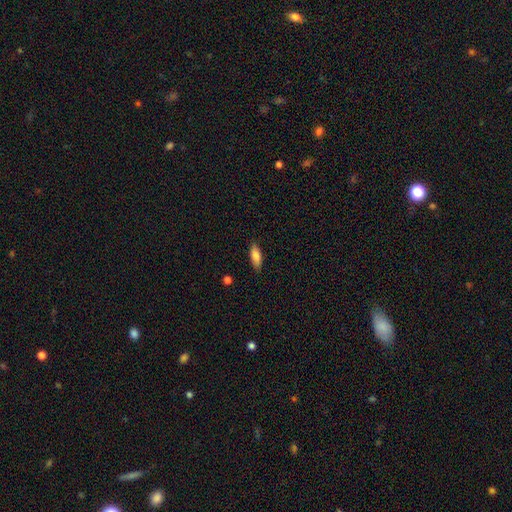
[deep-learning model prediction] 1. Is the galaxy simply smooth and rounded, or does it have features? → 81% smooth, 13% featured or disk, 7% star or artifact.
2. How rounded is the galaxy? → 69% in between, 29% cigar-shaped, 2% round.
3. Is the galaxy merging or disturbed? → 85% none, 11% minor disturbance, 2% major disturbance, 1% merger.